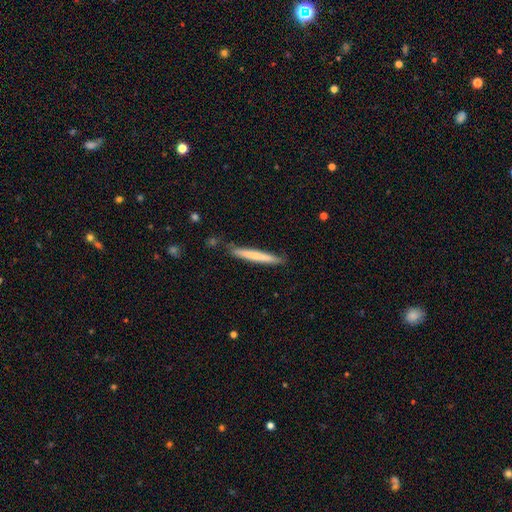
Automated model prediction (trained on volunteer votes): This is likely a smooth galaxy (66%). How rounded: clearly cigar-shaped (96%). Merging: clearly none (84%).